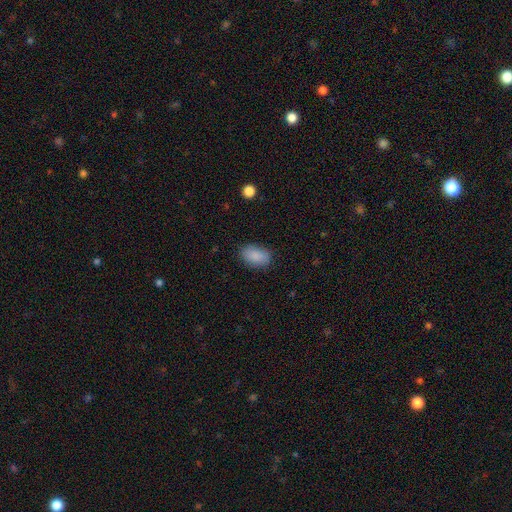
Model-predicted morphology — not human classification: type=smooth (88%); roundness=in between (91%); merging=none (84%).